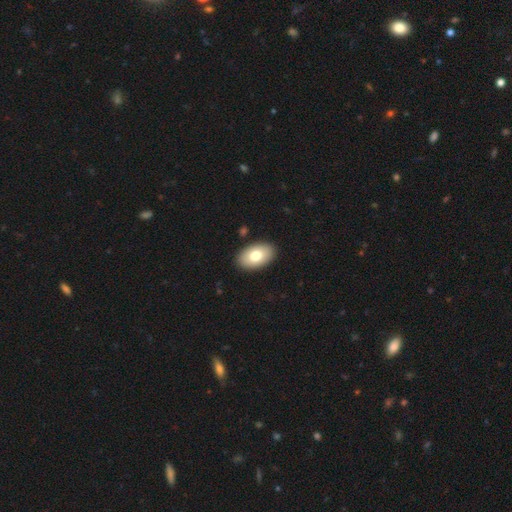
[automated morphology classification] smooth 76%, featured or disk 18%, star or artifact 6%. Down the decision tree: how rounded — in between (93%); merging — none (89%).